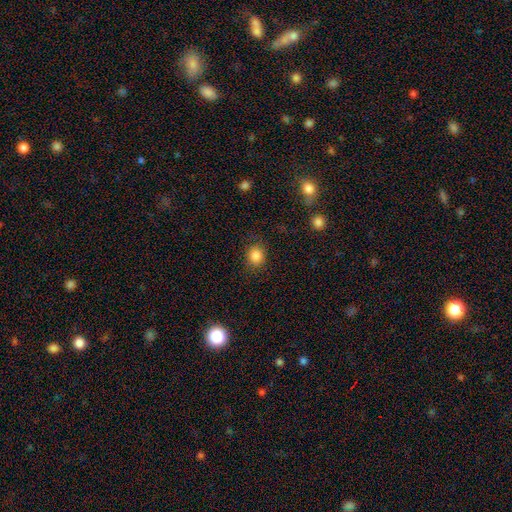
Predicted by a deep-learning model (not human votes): A smooth galaxy with no disk features (85%) that is round (70%).

Vote fractions:
- Smooth or featured? smooth: 85% / star or artifact: 10% / featured or disk: 4%
- How rounded? round: 70% / in between: 29% / cigar-shaped: 1%
- Merging? none: 83% / minor disturbance: 11% / major disturbance: 4% / merger: 1%